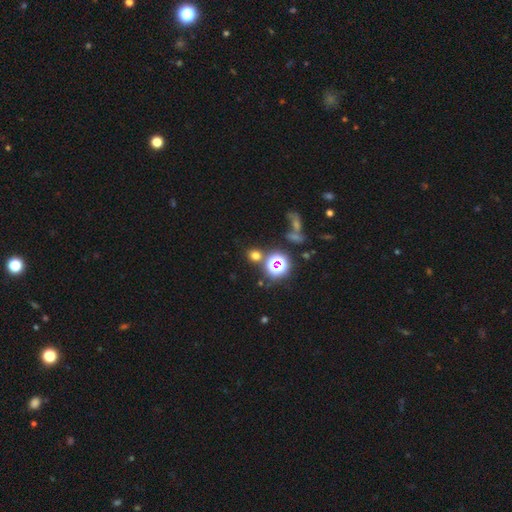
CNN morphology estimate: Smooth or featured: smooth — 62% (star or artifact — 30%)
How rounded: round — 82% (in between — 17%)
Merging: none — 76% (merger — 11%)